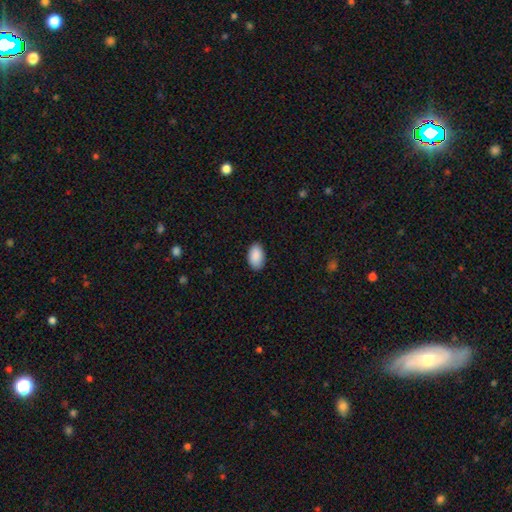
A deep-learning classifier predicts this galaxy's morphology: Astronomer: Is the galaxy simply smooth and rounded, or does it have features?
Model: smooth — 91%.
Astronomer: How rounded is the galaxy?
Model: in between — 94%.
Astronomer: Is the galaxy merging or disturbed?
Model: none — 87%.